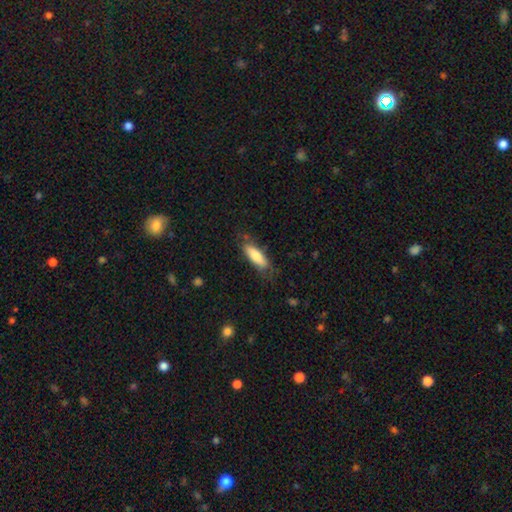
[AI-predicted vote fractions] The model was most divided on "how rounded": in between: 56%, cigar-shaped: 42%, round: 2%. More confident: smooth or featured — smooth (77%); merging — none (70%).